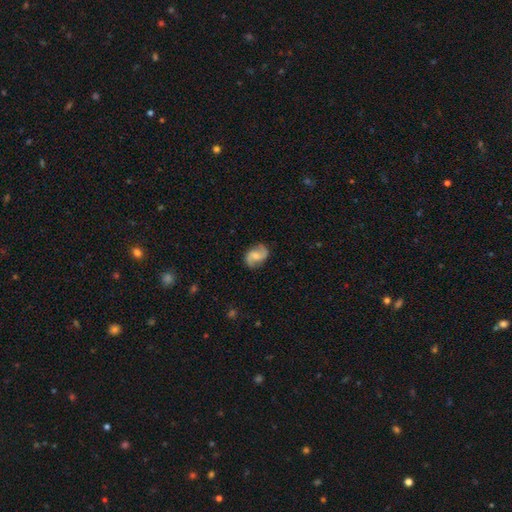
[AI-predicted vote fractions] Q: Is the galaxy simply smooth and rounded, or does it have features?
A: featured or disk — 74%.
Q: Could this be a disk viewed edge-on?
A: no — 98%.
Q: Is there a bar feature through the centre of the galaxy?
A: no — 46%.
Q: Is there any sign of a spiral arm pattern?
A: yes — 95%.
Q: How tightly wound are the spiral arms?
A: loose — 47%.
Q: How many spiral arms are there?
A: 2 — 92%.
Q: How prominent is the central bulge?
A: small — 42%.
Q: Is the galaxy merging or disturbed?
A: none — 81%.